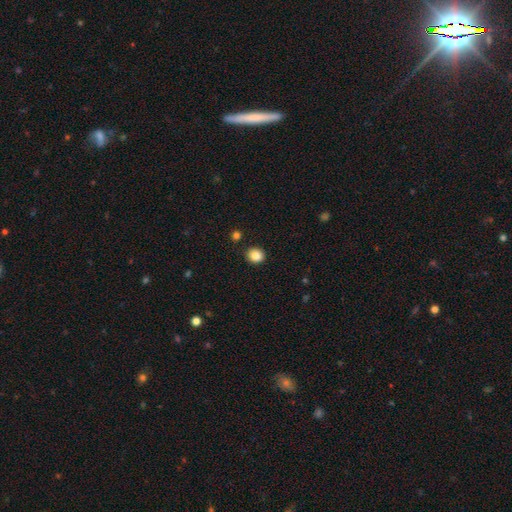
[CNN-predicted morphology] smooth 87%, star or artifact 10%, featured or disk 4%. Down the decision tree: how rounded — round (75%); merging — none (89%).